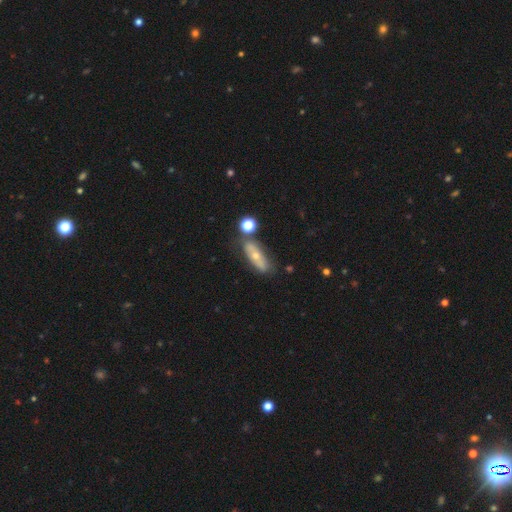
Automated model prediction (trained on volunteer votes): Smooth or featured?
  - smooth: 51% *
  - featured or disk: 41%
  - star or artifact: 8%
How rounded?
  - in between: 56% *
  - cigar-shaped: 39%
  - round: 4%
Merging?
  - none: 66% *
  - minor disturbance: 18%
  - merger: 11%
  - major disturbance: 6%